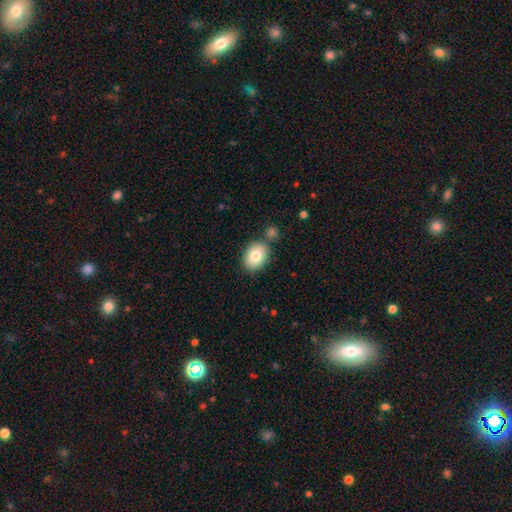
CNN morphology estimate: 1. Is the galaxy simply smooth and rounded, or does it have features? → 82% smooth, 10% featured or disk, 8% star or artifact.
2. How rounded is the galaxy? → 73% in between, 26% round, 1% cigar-shaped.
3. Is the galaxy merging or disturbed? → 76% none, 12% minor disturbance, 10% merger, 3% major disturbance.